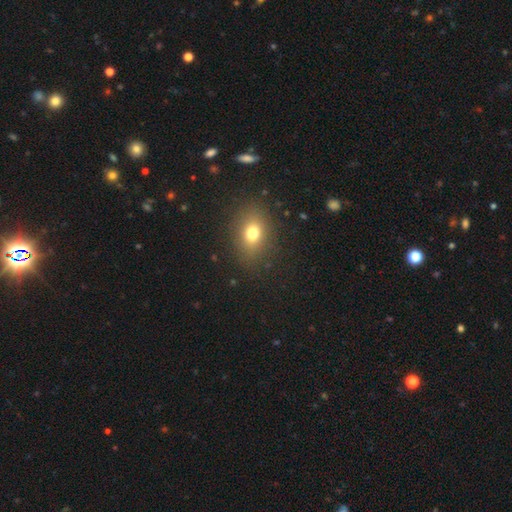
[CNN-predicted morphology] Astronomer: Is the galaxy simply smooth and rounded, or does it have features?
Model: smooth — 63%.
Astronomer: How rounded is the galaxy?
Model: in between — 58% (runner-up: round, 41%).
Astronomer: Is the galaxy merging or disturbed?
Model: none — 89%.